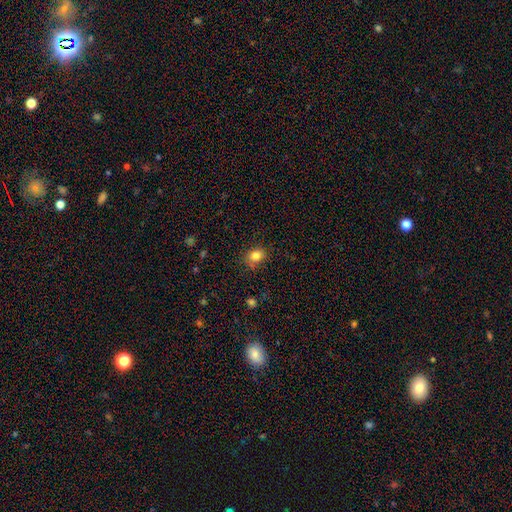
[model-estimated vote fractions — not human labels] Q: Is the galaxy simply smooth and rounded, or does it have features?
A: smooth — 83%.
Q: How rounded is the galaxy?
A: round — 61%.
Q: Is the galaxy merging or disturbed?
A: none — 78%.